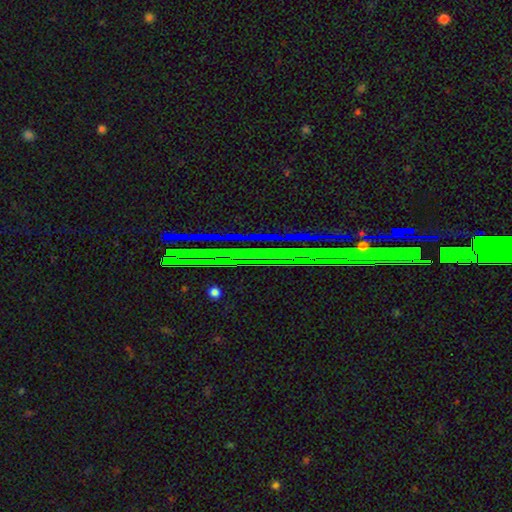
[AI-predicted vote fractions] The model was most divided on "smooth or featured": star or artifact: 81%, featured or disk: 11%, smooth: 8%.